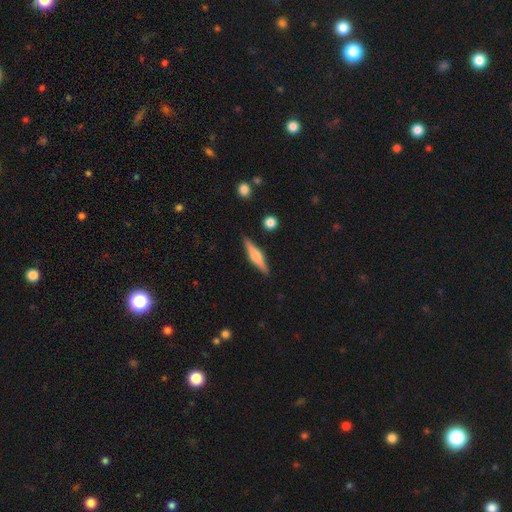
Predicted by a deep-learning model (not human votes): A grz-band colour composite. It shows a featured or disk galaxy (59%) viewed edge-on (97%) with a rounded central bulge (84%). Merging: none (89%).